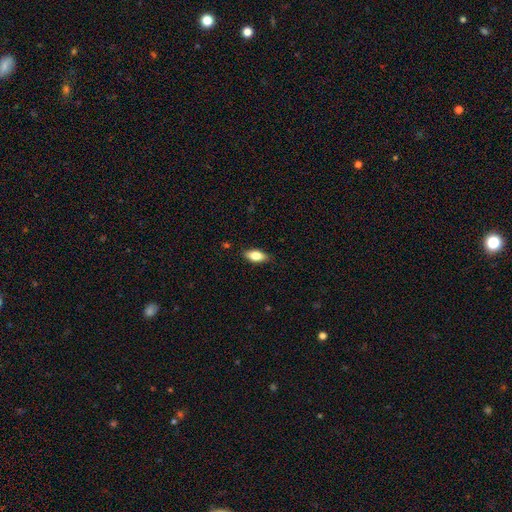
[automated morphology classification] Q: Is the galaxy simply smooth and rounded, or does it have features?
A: smooth — 77%.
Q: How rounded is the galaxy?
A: in between — 85%.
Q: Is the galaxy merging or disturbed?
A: none — 86%.